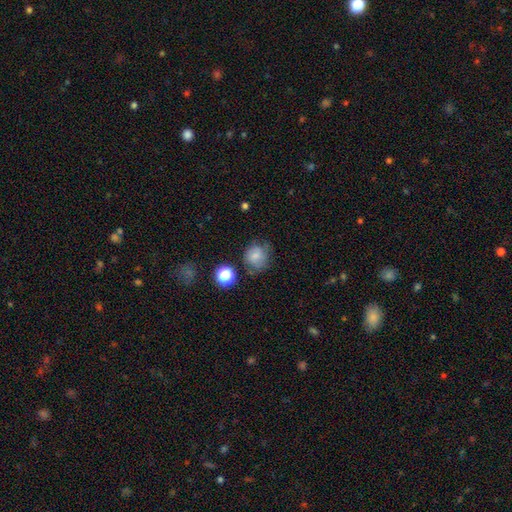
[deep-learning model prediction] Smooth or featured? smooth (71%)
How rounded? round (78%)
Merging? none (59%)